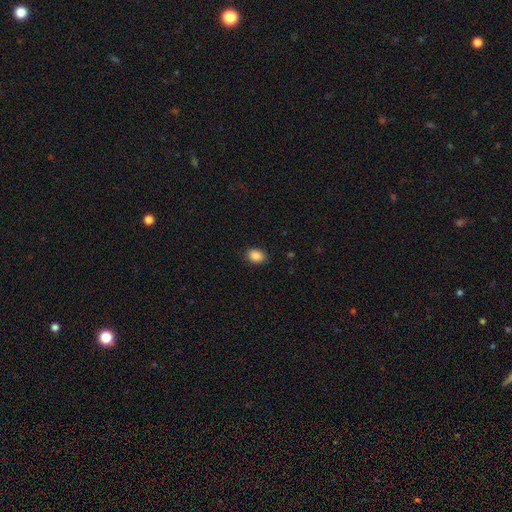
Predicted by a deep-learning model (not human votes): smooth 88%, star or artifact 9%, featured or disk 4%. Down the decision tree: how rounded — in between (66%); merging — none (85%).